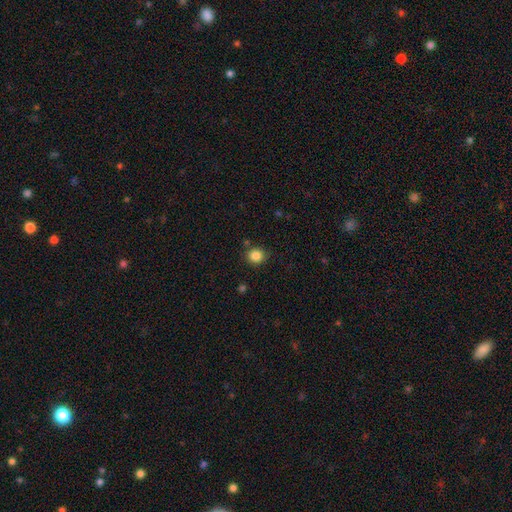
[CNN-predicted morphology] Smooth or featured?
  - smooth: 85% *
  - star or artifact: 11%
  - featured or disk: 4%
How rounded?
  - round: 85% *
  - in between: 14%
  - cigar-shaped: 1%
Merging?
  - none: 84% *
  - minor disturbance: 10%
  - merger: 3%
  - major disturbance: 3%